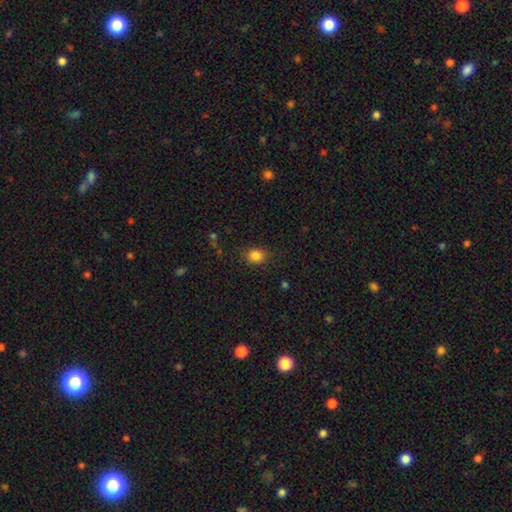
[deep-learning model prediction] Smooth or featured: smooth — 85% (star or artifact — 11%)
How rounded: in between — 51% (round — 48%)
Merging: none — 84% (minor disturbance — 12%)